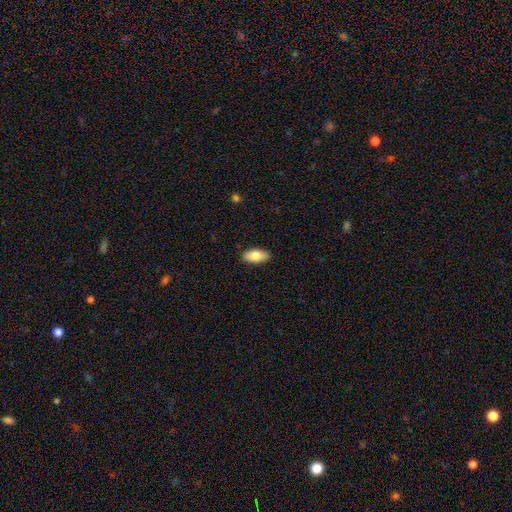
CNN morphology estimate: Smooth or featured? Predicted: smooth (p=0.79). How rounded? Predicted: in between (p=0.91). Merging? Predicted: none (p=0.89).